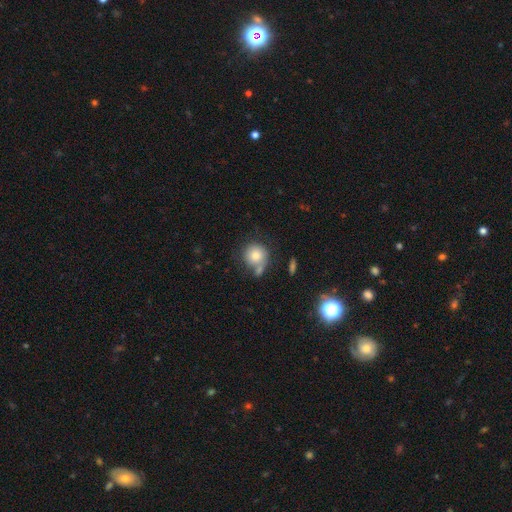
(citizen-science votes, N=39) Q: Smooth or featured?
A: smooth (77%); runner-up: star or artifact (13%)
Q: How rounded?
A: round (87%); runner-up: in between (13%)
Q: Merging?
A: none (38%); runner-up: minor disturbance (24%)